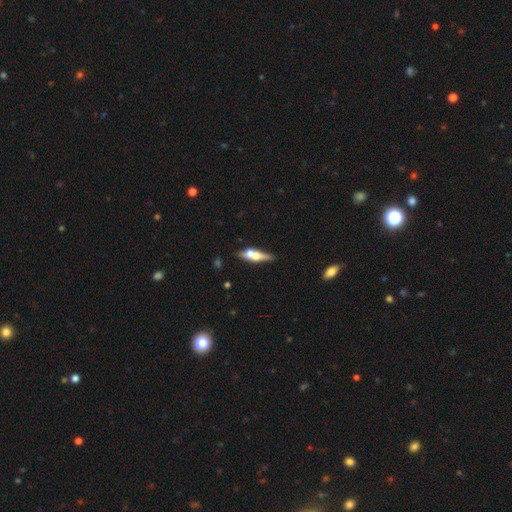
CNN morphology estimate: Overall: featured or disk (51%; smooth 43%). Edge-on disk: yes (84%). Merging: none (53%; merger 30%).